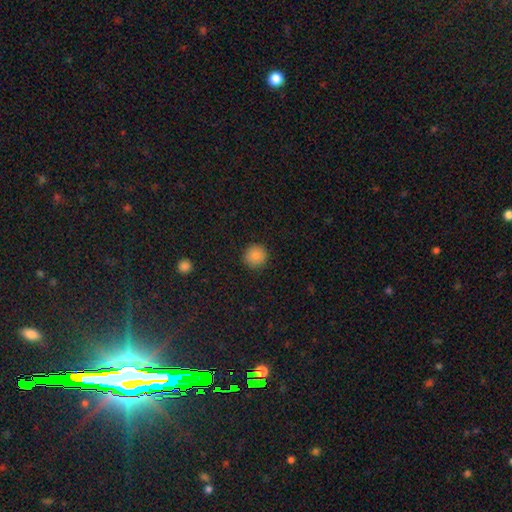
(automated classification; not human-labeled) This is clearly a smooth galaxy (86%). How rounded: clearly round (95%). Merging: clearly none (92%).